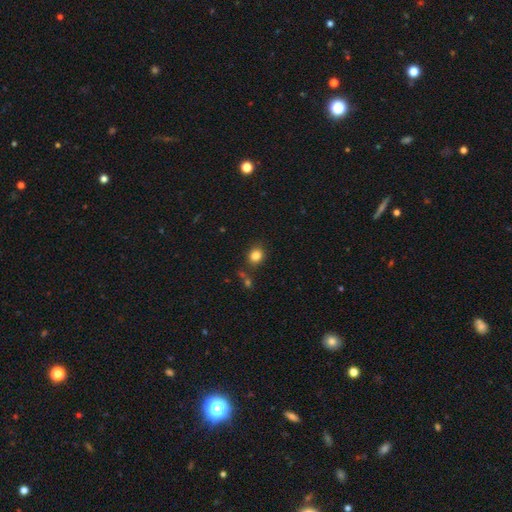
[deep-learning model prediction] Morphology: type=smooth (84%); roundness=round (72%); merging=none (80%).